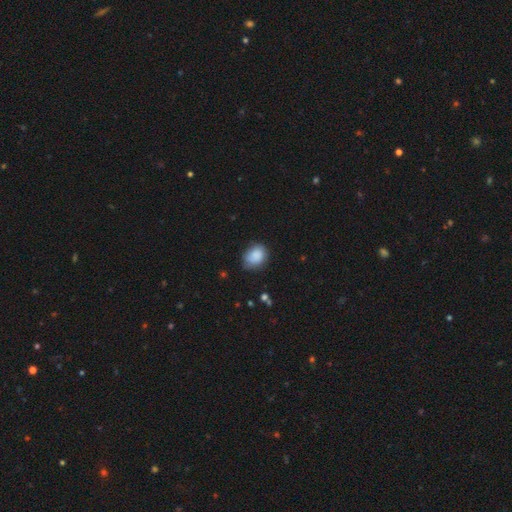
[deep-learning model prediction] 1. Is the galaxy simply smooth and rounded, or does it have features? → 88% smooth, 7% star or artifact, 5% featured or disk.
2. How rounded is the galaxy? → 54% in between, 45% round, 1% cigar-shaped.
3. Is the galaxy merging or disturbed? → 73% none, 21% minor disturbance, 4% major disturbance, 2% merger.